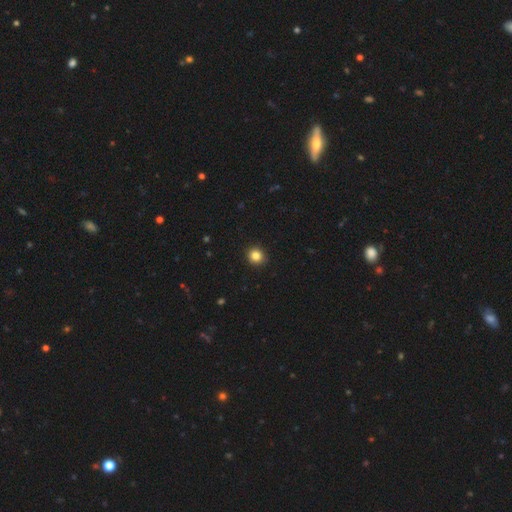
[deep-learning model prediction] smooth-or-featured: smooth: 84% | star or artifact: 11% | featured or disk: 5%
  how-rounded: round: 89% | in between: 10% | cigar-shaped: 1%
  merging: none: 92% | minor disturbance: 5% | major disturbance: 2% | merger: 1%